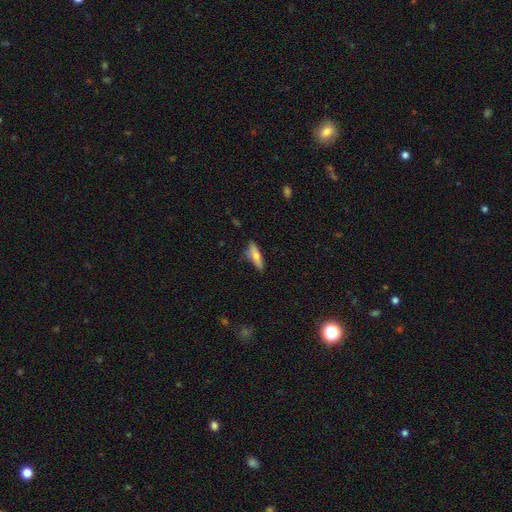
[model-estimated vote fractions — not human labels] This is likely a smooth galaxy (67%). How rounded: likely cigar-shaped (61%). Merging: likely none (71%).